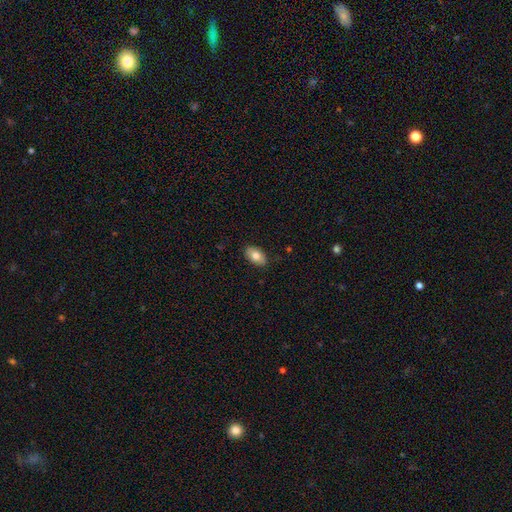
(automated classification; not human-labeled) Overall: smooth (77%). How rounded: in between (92%). Merging: none (87%).